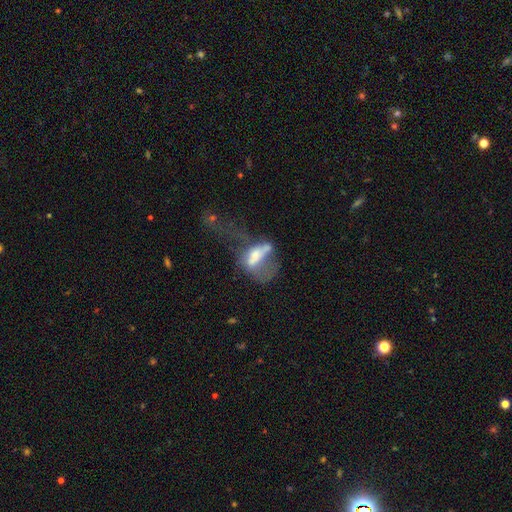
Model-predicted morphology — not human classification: Smooth or featured?
  - featured or disk: 45% *
  - smooth: 43%
  - star or artifact: 11%
Merging?
  - major disturbance: 57% *
  - merger: 20%
  - none: 12%
  - minor disturbance: 11%